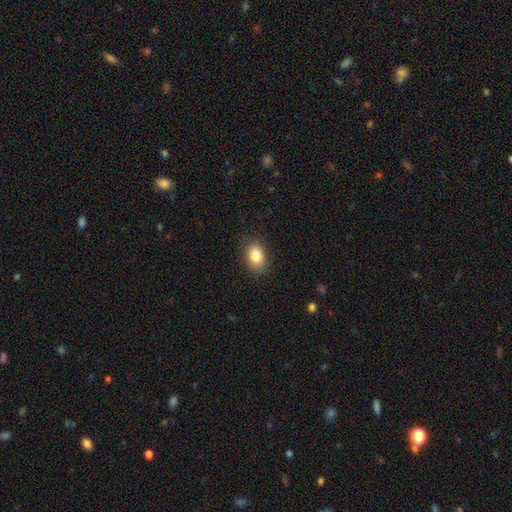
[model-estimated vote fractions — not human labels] Smooth or featured? smooth (83%)
How rounded? in between (82%)
Merging? none (85%)